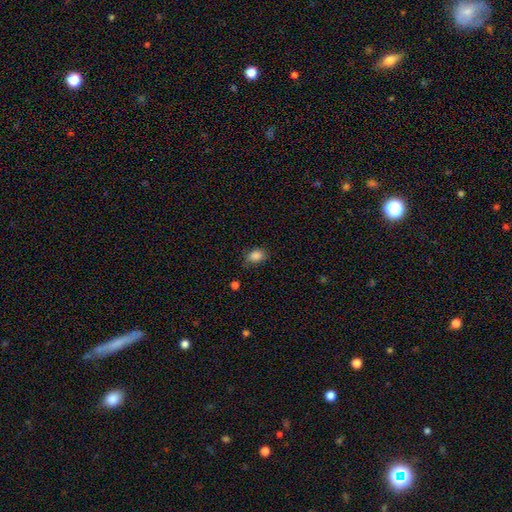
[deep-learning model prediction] Smooth or featured? Predicted: smooth (p=0.86). How rounded? Predicted: in between (p=0.72). Merging? Predicted: none (p=0.68).